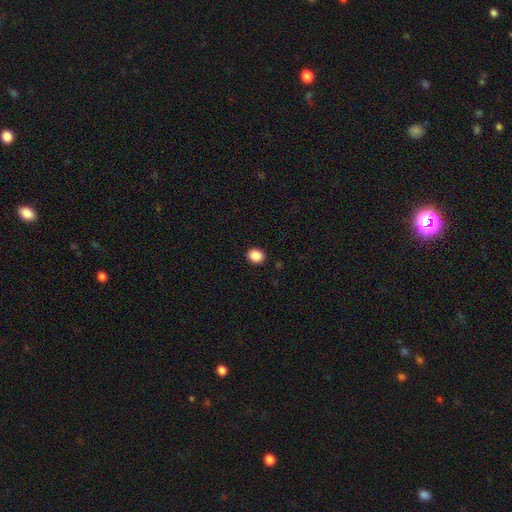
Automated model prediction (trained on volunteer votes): A smooth galaxy with no disk features (88%) that is round (62%). Merging: none (92%).